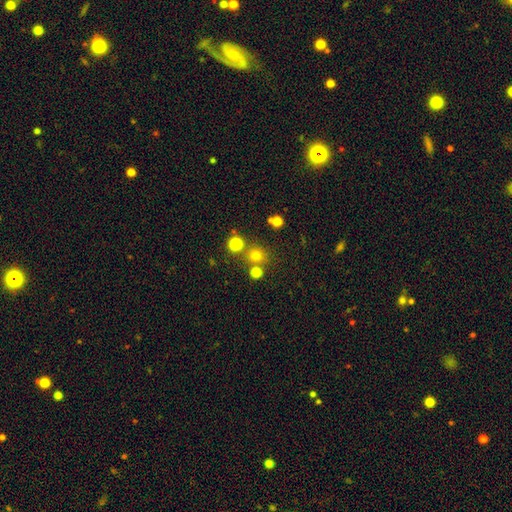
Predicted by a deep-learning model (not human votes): smooth_or_featured: smooth (p=0.71) [alt: star or artifact p=0.22]
how_rounded: round (p=0.89) [alt: in between p=0.10]
merging: none (p=0.73) [alt: merger p=0.16]